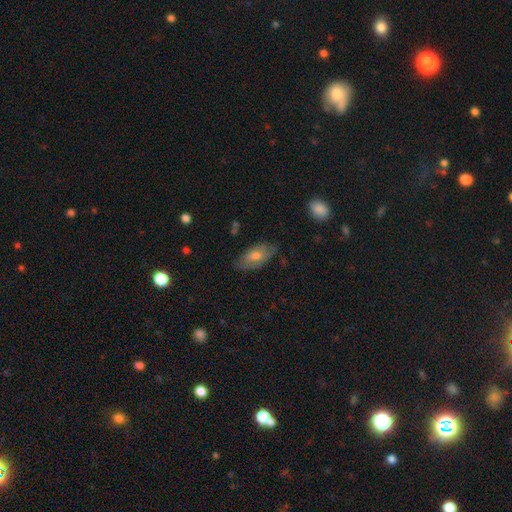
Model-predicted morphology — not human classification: Smooth or featured?
  - smooth: 52% *
  - featured or disk: 41%
  - star or artifact: 7%
How rounded?
  - in between: 91% *
  - cigar-shaped: 5%
  - round: 4%
Merging?
  - none: 73% *
  - minor disturbance: 22%
  - major disturbance: 4%
  - merger: 1%